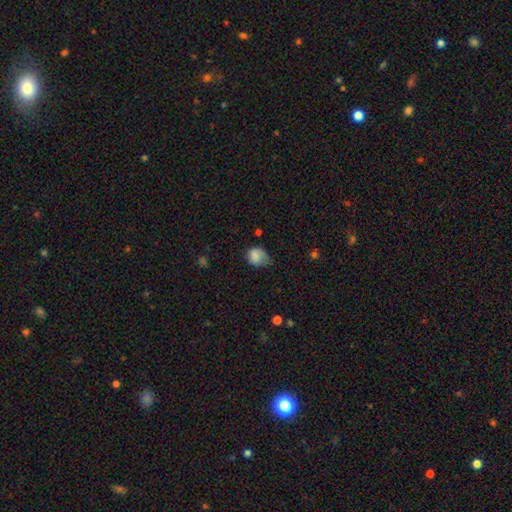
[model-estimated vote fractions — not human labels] smooth_or_featured: smooth (p=0.81) [alt: featured or disk p=0.10]
how_rounded: round (p=0.57) [alt: in between p=0.42]
merging: minor disturbance (p=0.42) [alt: none p=0.38]